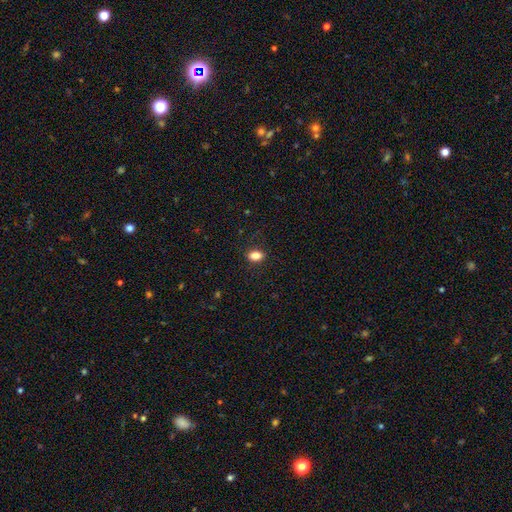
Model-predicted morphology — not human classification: smooth_or_featured: smooth (p=0.84) [alt: star or artifact p=0.10]
how_rounded: in between (p=0.81) [alt: round p=0.17]
merging: none (p=0.87) [alt: minor disturbance p=0.10]